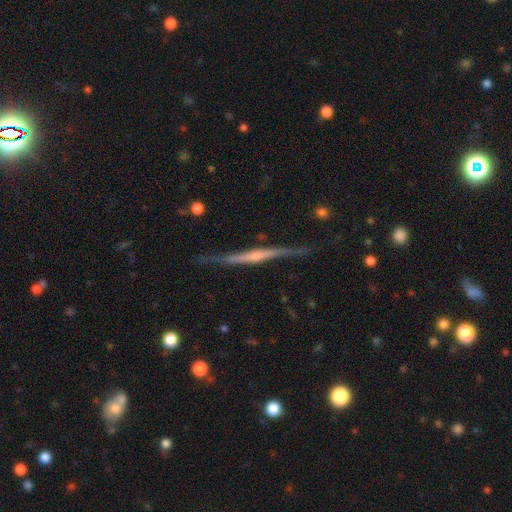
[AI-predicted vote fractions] featured or disk 81%, smooth 13%, star or artifact 6%. Down the decision tree: edge-on disk — yes (97%); edge-on bulge — rounded (56%); merging — none (80%).